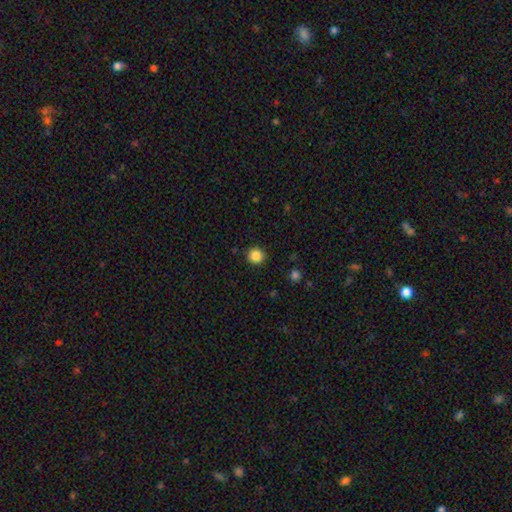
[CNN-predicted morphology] This appears to be a smooth galaxy with no disk features (86%) that is round (94%). Merging: none (92%).